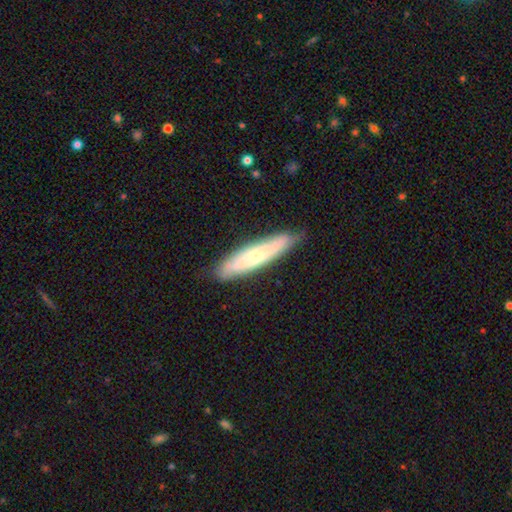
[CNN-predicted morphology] The model was most divided on "smooth or featured": smooth: 55%, featured or disk: 39%, star or artifact: 6%. More confident: how rounded — cigar-shaped (84%); merging — none (82%).